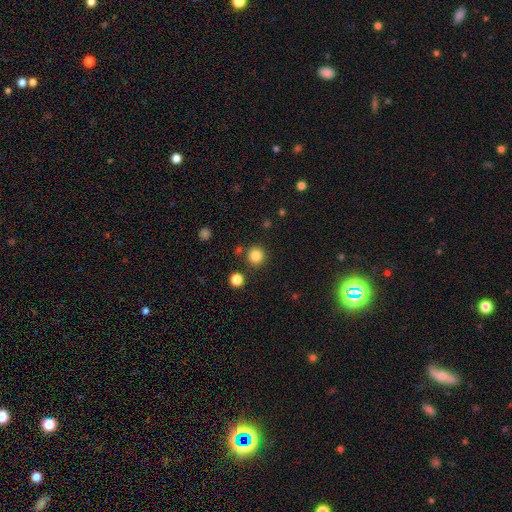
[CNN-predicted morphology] A smooth galaxy with no disk features (84%) that is round (94%).

Vote fractions:
- Smooth or featured? smooth: 84% / star or artifact: 12% / featured or disk: 4%
- How rounded? round: 94% / in between: 5% / cigar-shaped: 1%
- Merging? none: 88% / minor disturbance: 6% / merger: 4% / major disturbance: 2%